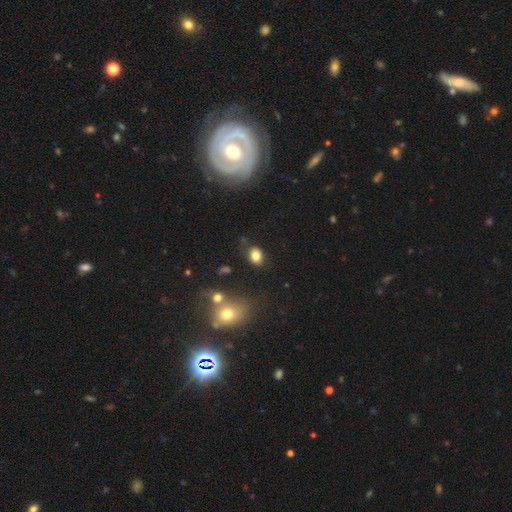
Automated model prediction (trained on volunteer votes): A smooth galaxy with no disk features (82%) that is in between round and cigar-shaped (68%).

Vote fractions:
- Smooth or featured? smooth: 82% / star or artifact: 10% / featured or disk: 7%
- How rounded? in between: 68% / round: 31% / cigar-shaped: 1%
- Merging? none: 79% / minor disturbance: 13% / merger: 4% / major disturbance: 4%